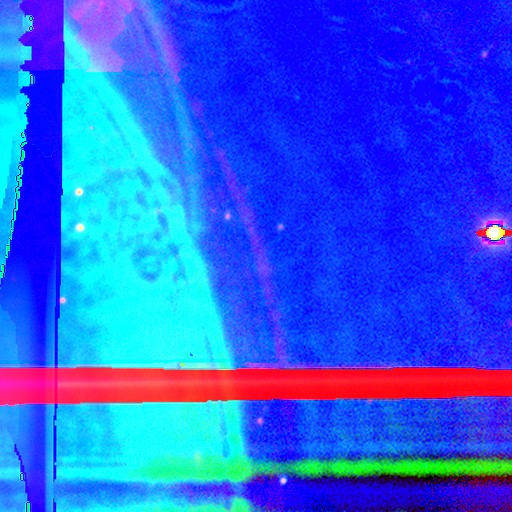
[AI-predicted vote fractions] Smooth or featured? Predicted: star or artifact (p=0.87).